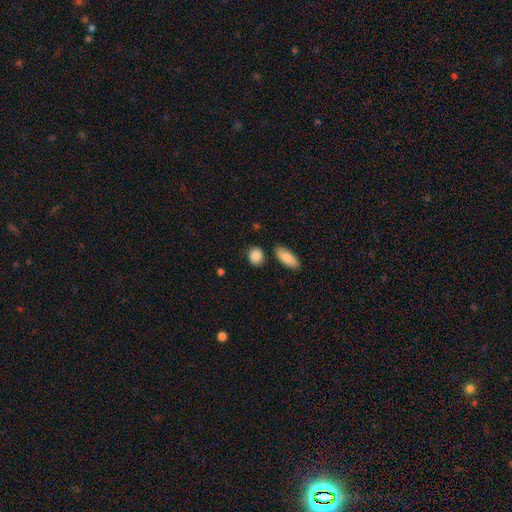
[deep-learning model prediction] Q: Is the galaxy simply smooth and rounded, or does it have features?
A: smooth — 88%.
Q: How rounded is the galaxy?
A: round — 59%.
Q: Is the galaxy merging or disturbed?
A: none — 79%.